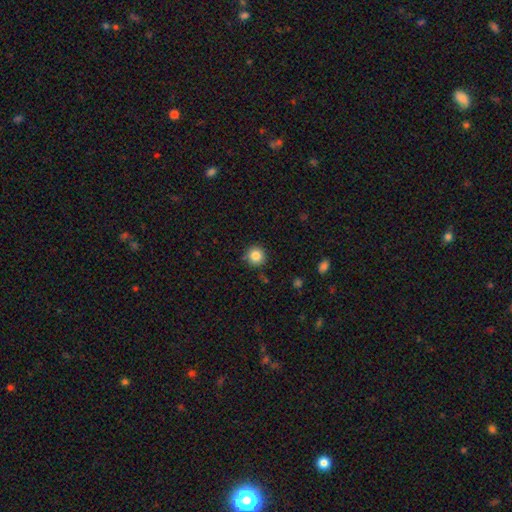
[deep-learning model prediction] The model was most divided on "smooth or featured": smooth: 84%, star or artifact: 10%, featured or disk: 5%. More confident: how rounded — round (95%); merging — none (87%).